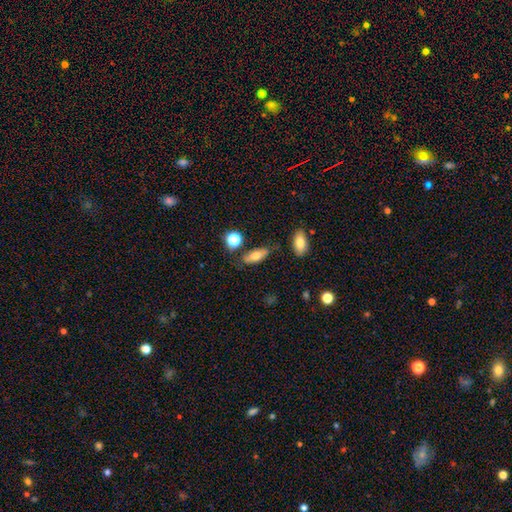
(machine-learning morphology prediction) A smooth galaxy with no disk features (69%) that is in between round and cigar-shaped (74%). Merging: none (75%).